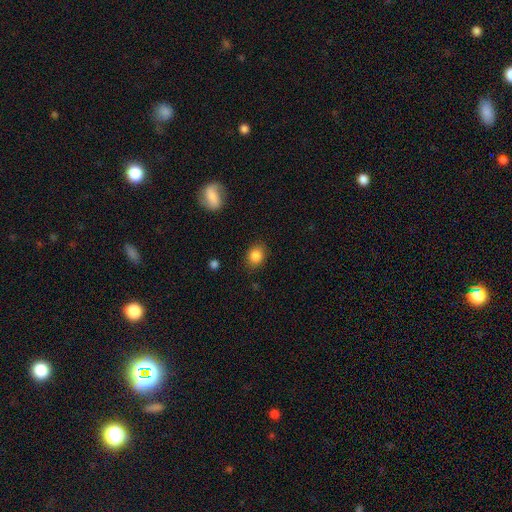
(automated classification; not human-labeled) Overall: smooth (86%). How rounded: round (58%; in between 40%). Merging: none (85%).